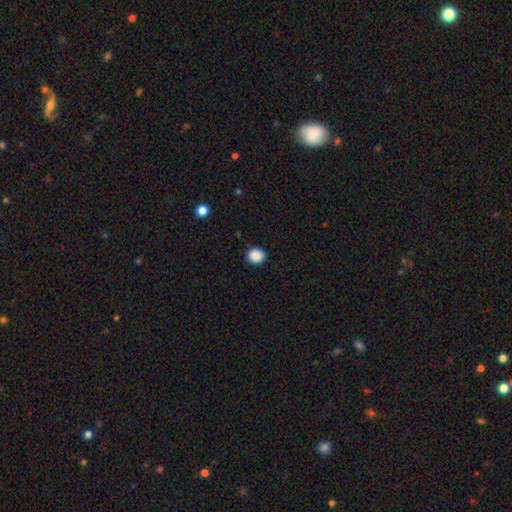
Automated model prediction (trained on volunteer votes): Overall: smooth (89%). How rounded: round (72%). Merging: none (90%).